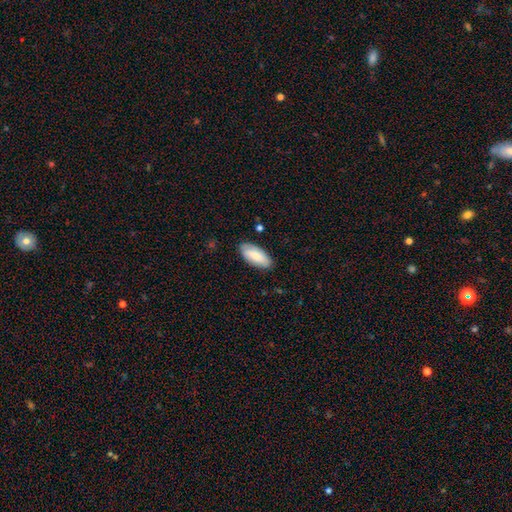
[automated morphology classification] Overall: smooth (77%). How rounded: in between (90%). Merging: none (83%).